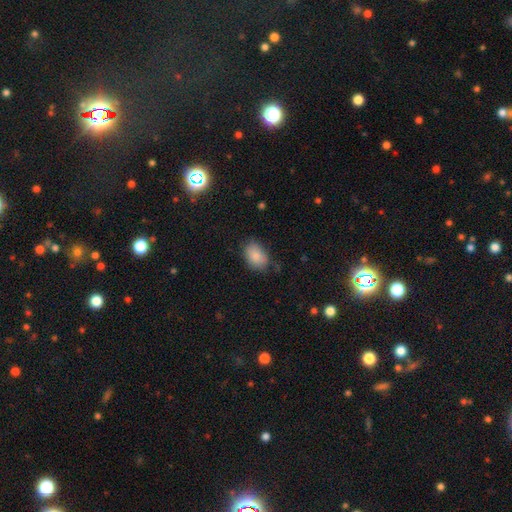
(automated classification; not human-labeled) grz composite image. It shows a smooth galaxy with no disk features (87%) that is in between round and cigar-shaped (81%). Merging: none (71%).